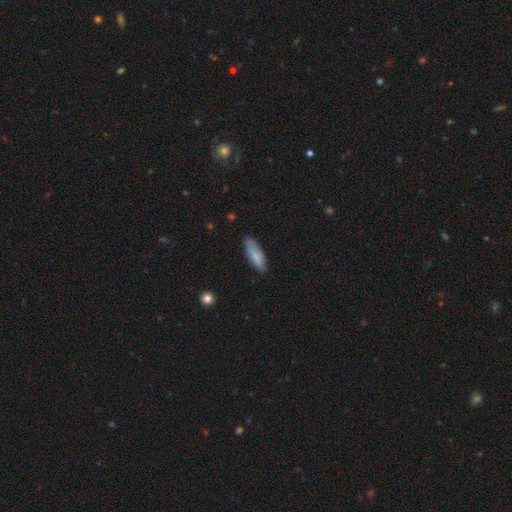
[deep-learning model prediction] This appears to be a smooth galaxy with no disk features (80%) that is in between round and cigar-shaped (57%). Merging: none (75%).